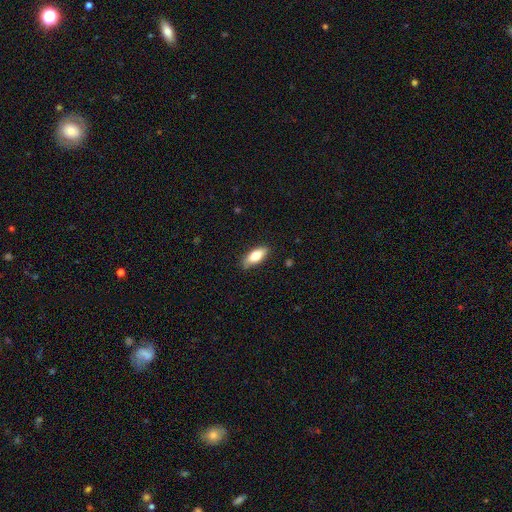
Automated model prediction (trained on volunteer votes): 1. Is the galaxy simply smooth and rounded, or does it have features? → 74% smooth, 20% featured or disk, 6% star or artifact.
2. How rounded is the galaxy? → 77% in between, 20% cigar-shaped, 3% round.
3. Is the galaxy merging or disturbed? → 82% none, 14% minor disturbance, 2% major disturbance, 1% merger.